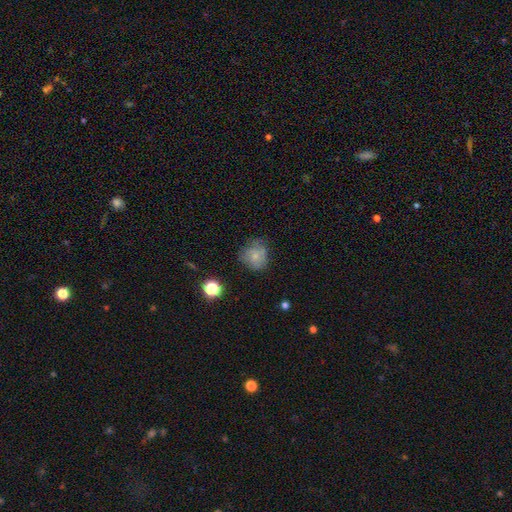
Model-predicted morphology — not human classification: Overall: smooth (72%). How rounded: round (78%). Merging: none (60%; minor disturbance 28%).